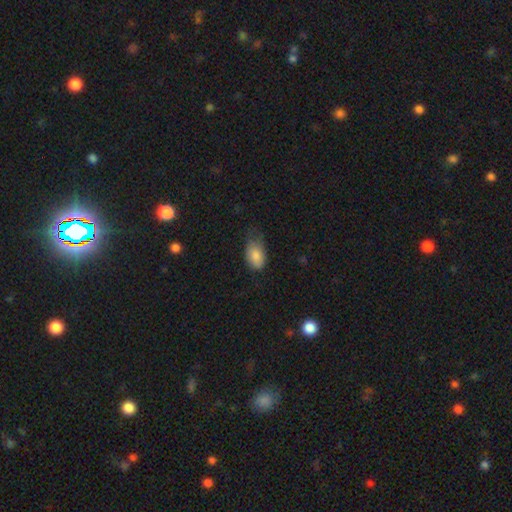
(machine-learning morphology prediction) Smooth or featured? Predicted: smooth (p=0.84). How rounded? Predicted: in between (p=0.90). Merging? Predicted: minor disturbance (p=0.42).